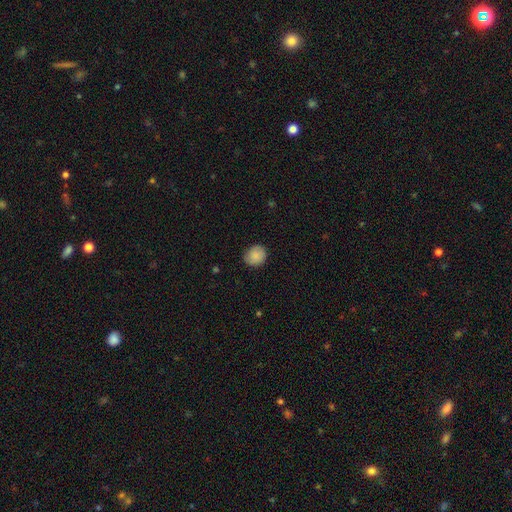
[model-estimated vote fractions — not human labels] The model was most divided on "how rounded": round: 73%, in between: 26%, cigar-shaped: 1%. More confident: smooth or featured — smooth (86%); merging — none (85%).